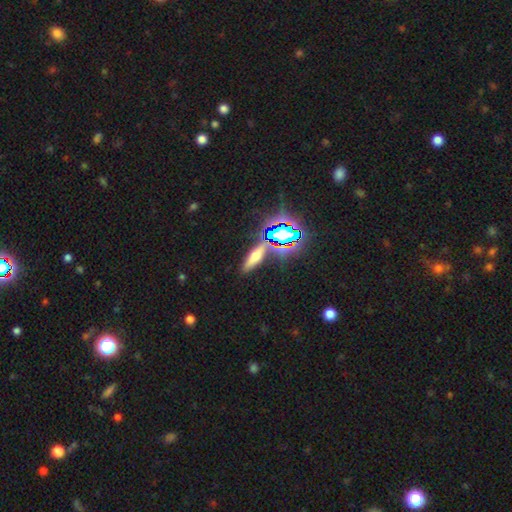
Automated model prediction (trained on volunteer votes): This is marginally a smooth galaxy (43%). Merging: likely none (77%).